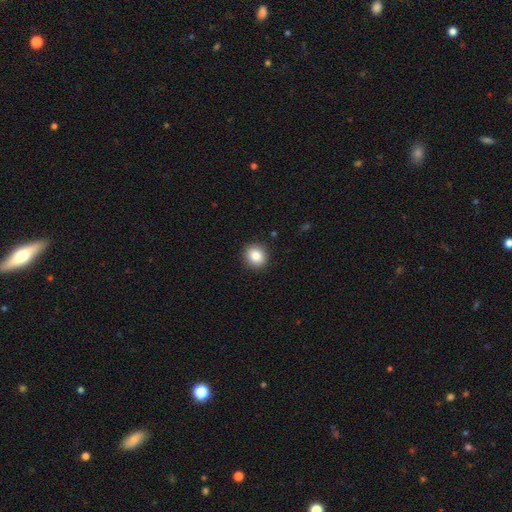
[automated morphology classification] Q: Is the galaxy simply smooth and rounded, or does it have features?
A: smooth — 86%.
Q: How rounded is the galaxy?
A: round — 76%.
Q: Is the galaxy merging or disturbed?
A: none — 90%.